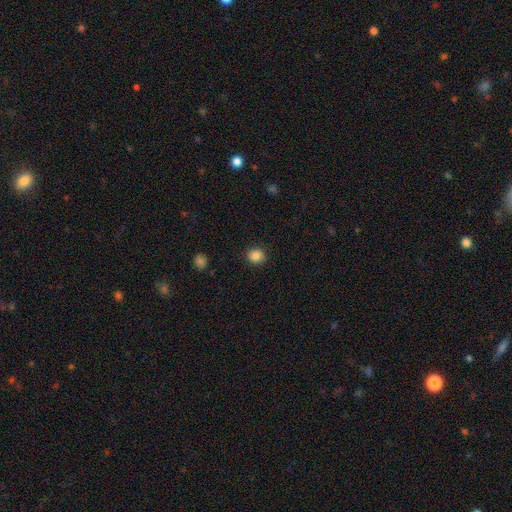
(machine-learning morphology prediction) The model was most divided on "how rounded": round: 77%, in between: 23%, cigar-shaped: 1%. More confident: merging — none (89%); smooth or featured — smooth (85%).